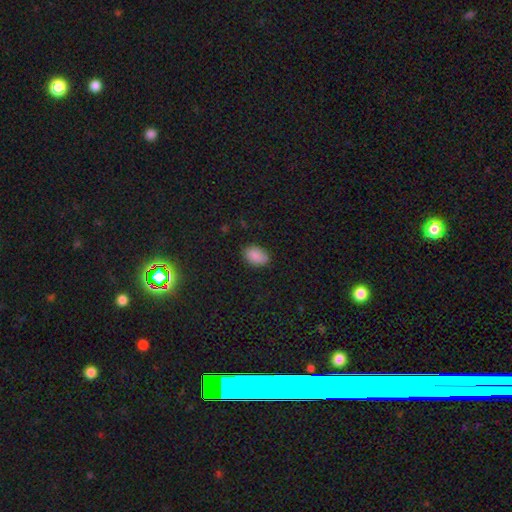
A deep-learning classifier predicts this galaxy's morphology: This is clearly a smooth galaxy (86%). How rounded: clearly in between (85%). Merging: likely none (80%).